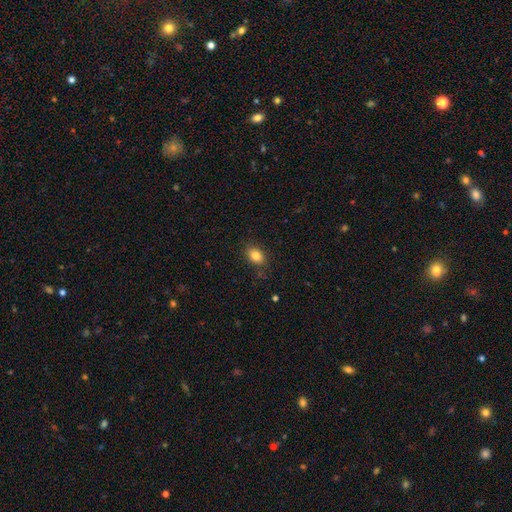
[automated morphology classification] Q: Smooth or featured?
A: smooth (83%); runner-up: star or artifact (10%)
Q: How rounded?
A: in between (77%); runner-up: round (22%)
Q: Merging?
A: none (83%); runner-up: minor disturbance (12%)